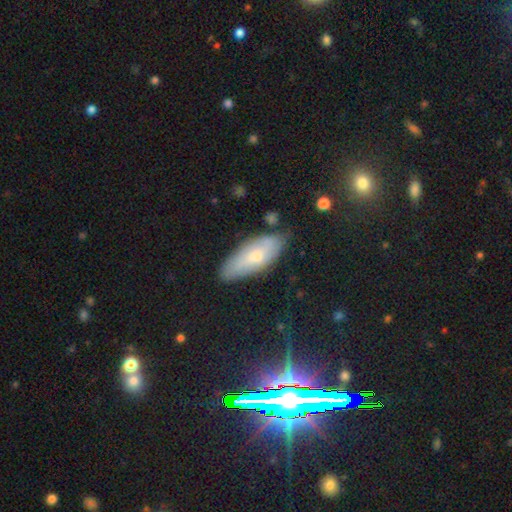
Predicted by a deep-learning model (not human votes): Overall: smooth (60%; featured or disk 32%). How rounded: in between (76%). Merging: none (71%).